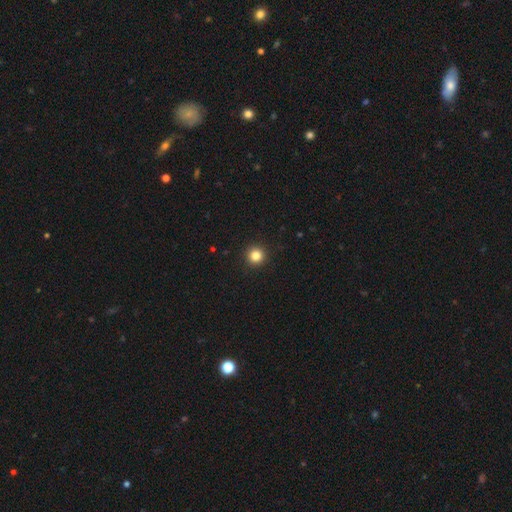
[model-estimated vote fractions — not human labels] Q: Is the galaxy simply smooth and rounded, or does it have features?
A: smooth — 84%.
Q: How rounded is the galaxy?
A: round — 96%.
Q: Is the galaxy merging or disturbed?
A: none — 94%.